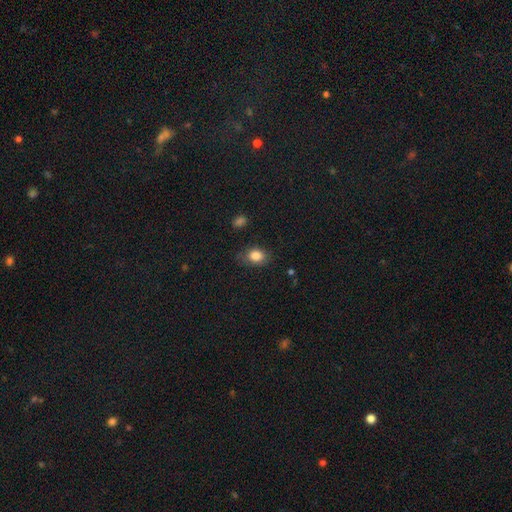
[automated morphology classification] Smooth or featured? smooth (84%)
How rounded? in between (62%)
Merging? none (72%)